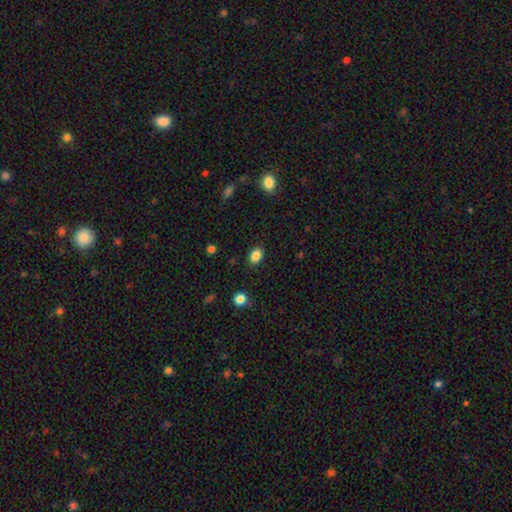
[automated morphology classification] Smooth or featured? Predicted: smooth (p=0.86). How rounded? Predicted: in between (p=0.80). Merging? Predicted: none (p=0.87).